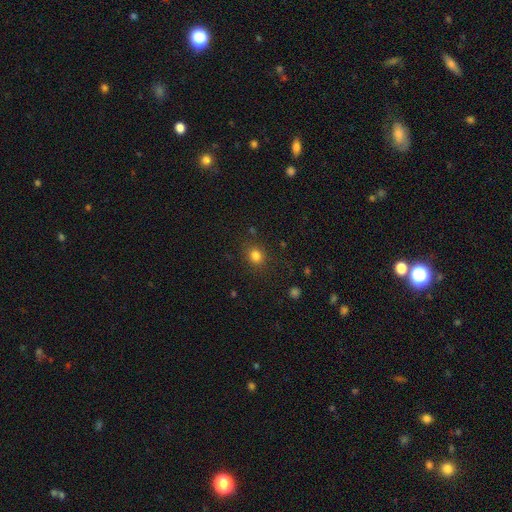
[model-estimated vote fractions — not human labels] The model was most divided on "how rounded": round: 75%, in between: 24%, cigar-shaped: 1%. More confident: merging — none (85%); smooth or featured — smooth (81%).